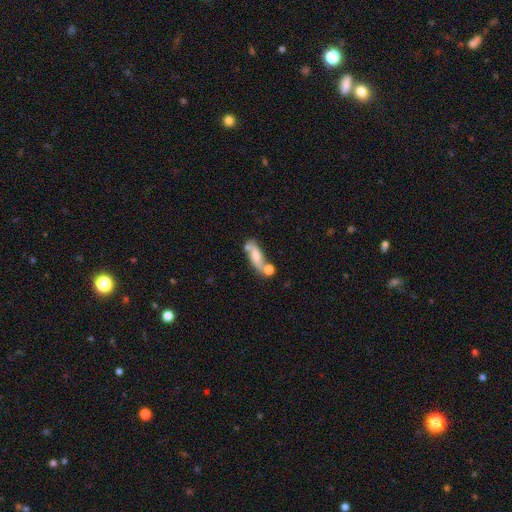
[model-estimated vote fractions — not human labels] Overall: smooth (55%; featured or disk 36%). How rounded: in between (54%; cigar-shaped 40%). Merging: none (44%; merger 29%).